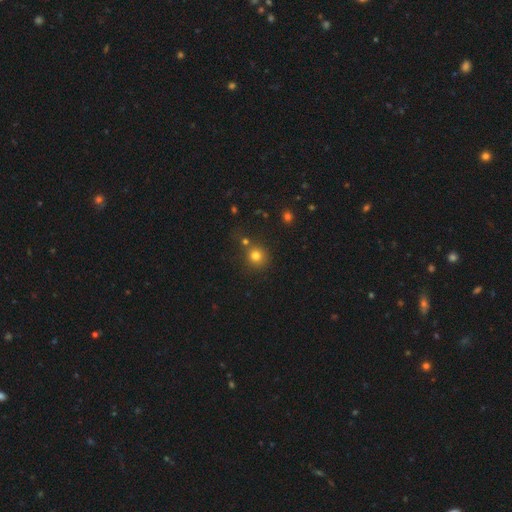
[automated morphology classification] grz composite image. It shows a smooth galaxy with no disk features (78%) that is round (88%). Merging: none (69%).